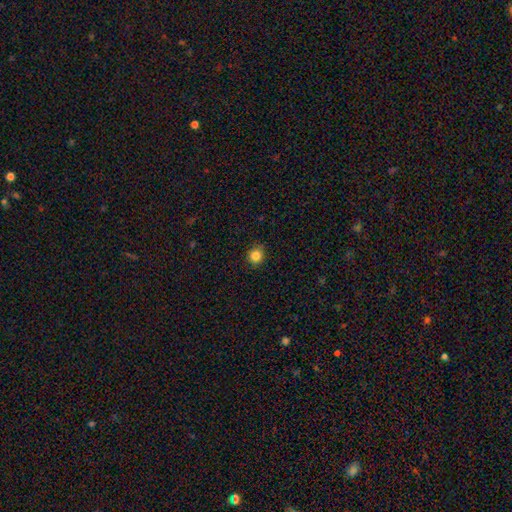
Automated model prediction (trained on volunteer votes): smooth 84%, star or artifact 11%, featured or disk 4%. Down the decision tree: how rounded — round (88%); merging — none (89%).